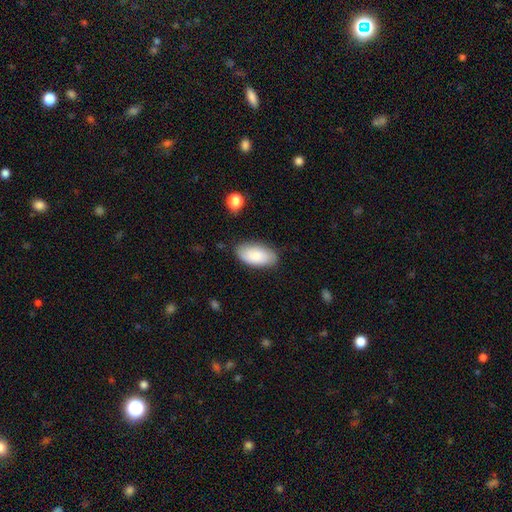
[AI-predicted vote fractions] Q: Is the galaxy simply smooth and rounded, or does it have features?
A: smooth — 80%.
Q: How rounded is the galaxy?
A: in between — 94%.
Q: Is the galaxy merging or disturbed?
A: none — 81%.